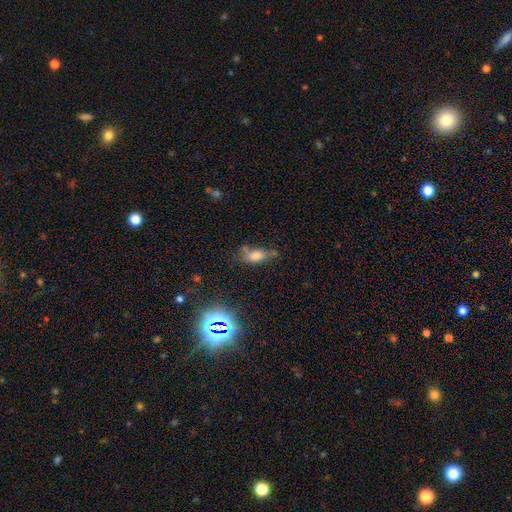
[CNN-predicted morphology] smooth-or-featured: smooth: 65% | star or artifact: 19% | featured or disk: 16%
  how-rounded: in between: 77% | cigar-shaped: 16% | round: 8%
  merging: none: 48% | minor disturbance: 26% | major disturbance: 13% | merger: 12%